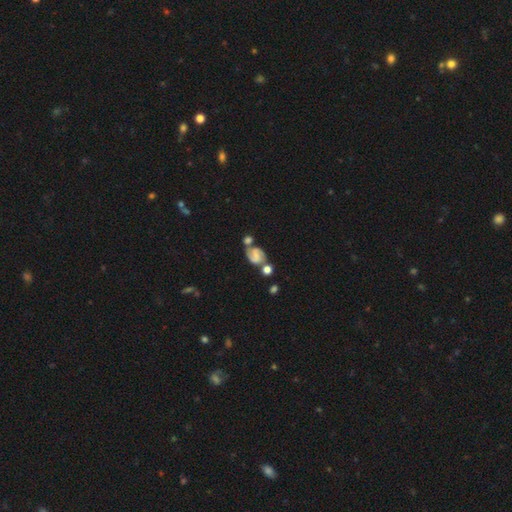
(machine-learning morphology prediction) Smooth or featured?
  - featured or disk: 67% *
  - smooth: 24%
  - star or artifact: 9%
Edge-on disk?
  - no: 97% *
  - yes: 3%
Bar?
  - weak: 44% *
  - no: 41%
  - strong: 15%
Spiral arms?
  - yes: 90% *
  - no: 10%
Spiral winding?
  - medium: 49% *
  - tight: 32%
  - loose: 19%
Spiral arm count?
  - 2: 83% *
  - can't tell: 8%
  - 1: 3%
  - 3: 3%
  - 4: 1%
  - more than 4: 1%
Bulge size?
  - small: 51% *
  - moderate: 23%
  - none: 22%
  - large: 3%
  - dominant: 1%
Merging?
  - none: 45% *
  - merger: 31%
  - minor disturbance: 17%
  - major disturbance: 8%